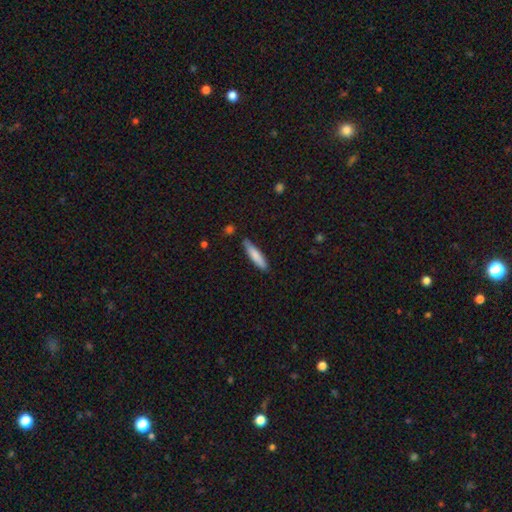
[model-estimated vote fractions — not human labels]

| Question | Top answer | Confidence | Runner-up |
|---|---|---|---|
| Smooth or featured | smooth | 80% | featured or disk (15%) |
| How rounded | cigar-shaped | 80% | in between (18%) |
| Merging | none | 83% | minor disturbance (13%) |